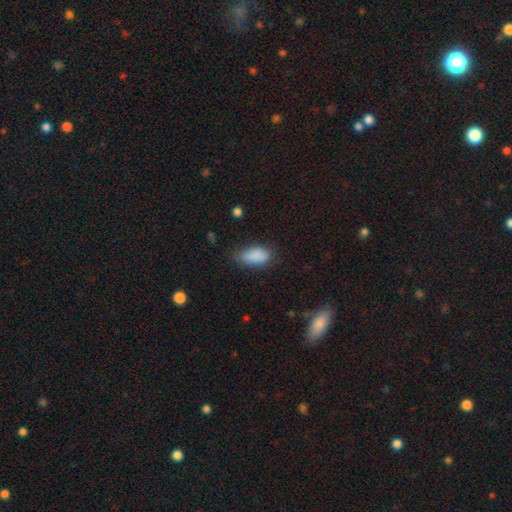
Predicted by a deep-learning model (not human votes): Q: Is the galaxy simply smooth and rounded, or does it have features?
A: smooth — 85%.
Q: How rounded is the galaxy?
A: in between — 90%.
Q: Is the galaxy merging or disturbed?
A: none — 63%.